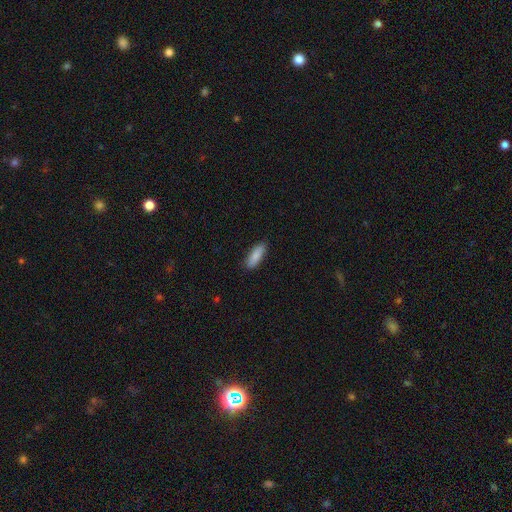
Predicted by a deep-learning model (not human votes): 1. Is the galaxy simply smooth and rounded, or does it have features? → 85% smooth, 9% featured or disk, 6% star or artifact.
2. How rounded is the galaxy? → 60% in between, 39% cigar-shaped, 2% round.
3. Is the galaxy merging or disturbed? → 87% none, 10% minor disturbance, 2% major disturbance, 1% merger.